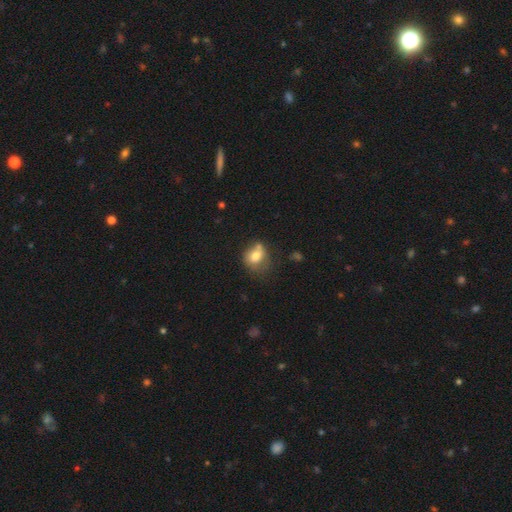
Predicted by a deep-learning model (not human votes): smooth_or_featured: smooth (p=0.74) [alt: featured or disk p=0.16]
how_rounded: round (p=0.57) [alt: in between p=0.42]
merging: none (p=0.40) [alt: minor disturbance p=0.27]